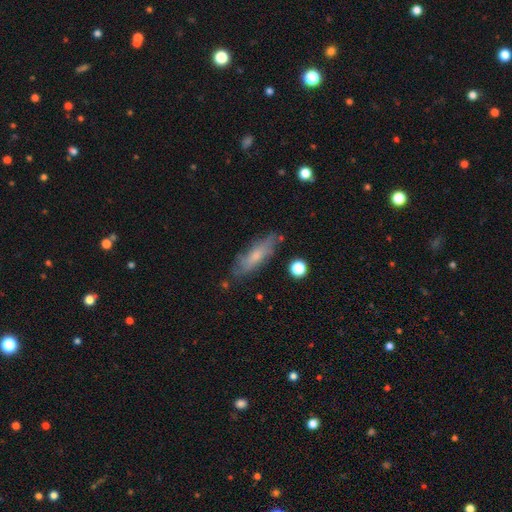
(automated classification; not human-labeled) This is possibly a smooth galaxy (56%). How rounded: possibly cigar-shaped (53%). Merging: likely none (75%).